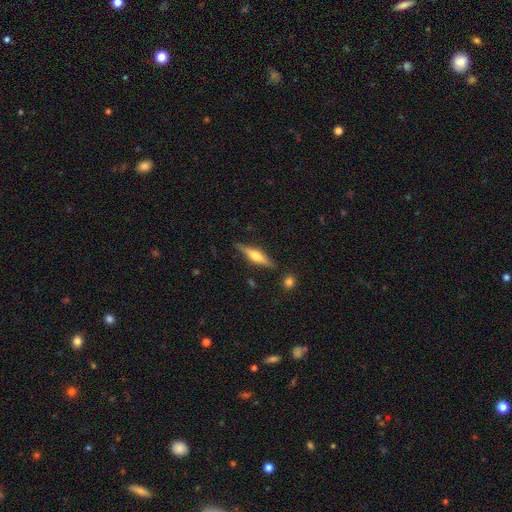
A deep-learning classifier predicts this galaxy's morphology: Smooth or featured? featured or disk (66%)
Edge-on disk? yes (96%)
Edge-on bulge? rounded (89%)
Merging? none (85%)